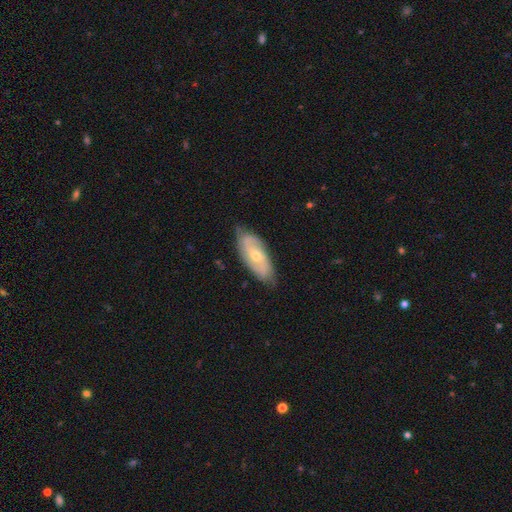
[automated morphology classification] type=featured or disk (69%); edge-on=no (88%); bar=no (60%); spiral arms=yes (87%); winding=tight (40%, tied with medium); arm count=2 (60%); bulge=small (54%); merging=none (77%).